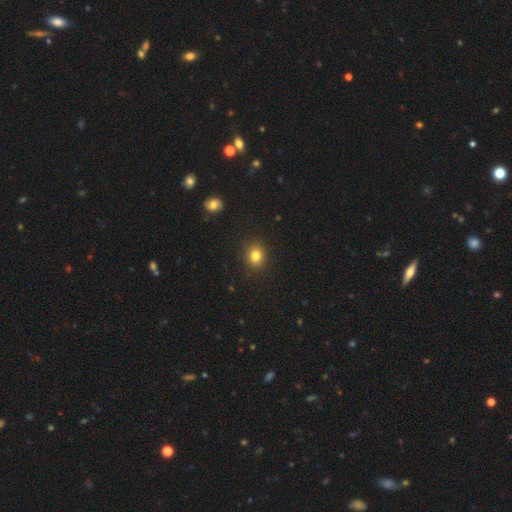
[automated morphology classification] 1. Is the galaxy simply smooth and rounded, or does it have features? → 82% smooth, 12% star or artifact, 6% featured or disk.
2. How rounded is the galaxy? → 72% round, 27% in between, 1% cigar-shaped.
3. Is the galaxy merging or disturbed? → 89% none, 8% minor disturbance, 2% major disturbance, 1% merger.